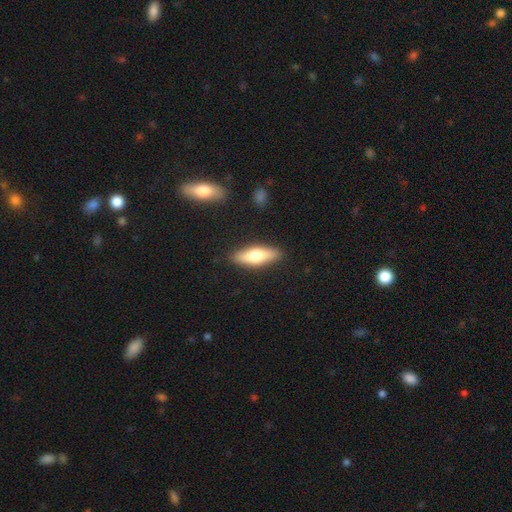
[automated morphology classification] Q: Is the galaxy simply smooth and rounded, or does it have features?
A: smooth — 59%.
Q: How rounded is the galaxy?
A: in between — 53%.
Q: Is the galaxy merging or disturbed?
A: none — 88%.